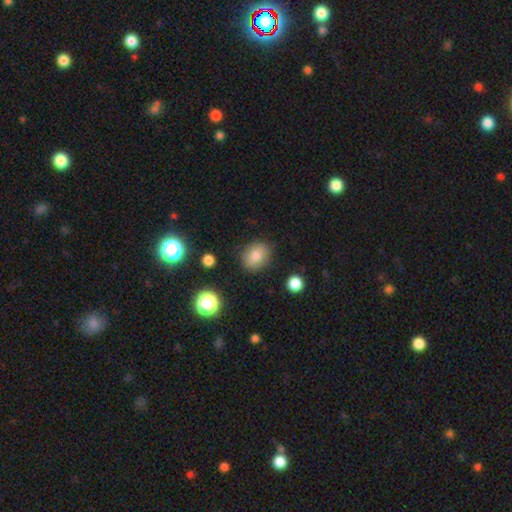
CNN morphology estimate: smooth 79%, star or artifact 12%, featured or disk 9%. Down the decision tree: how rounded — round (52%); merging — none (85%).